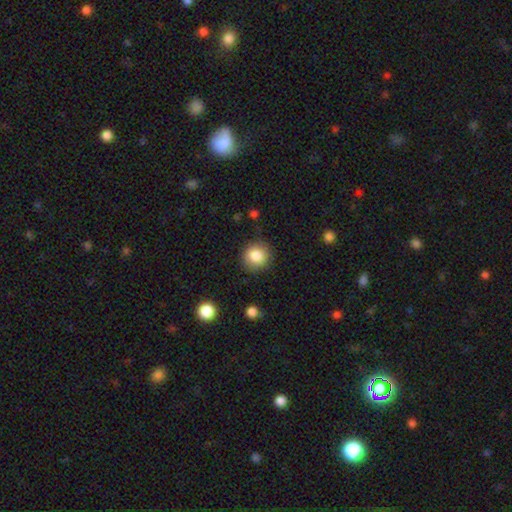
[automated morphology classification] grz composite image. It shows a smooth galaxy with no disk features (85%) that is round (91%). Merging: none (87%).